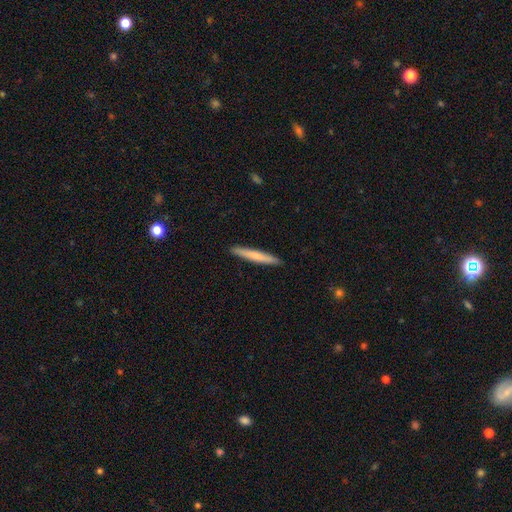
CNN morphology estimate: Overall: smooth (69%). How rounded: cigar-shaped (96%). Merging: none (92%).